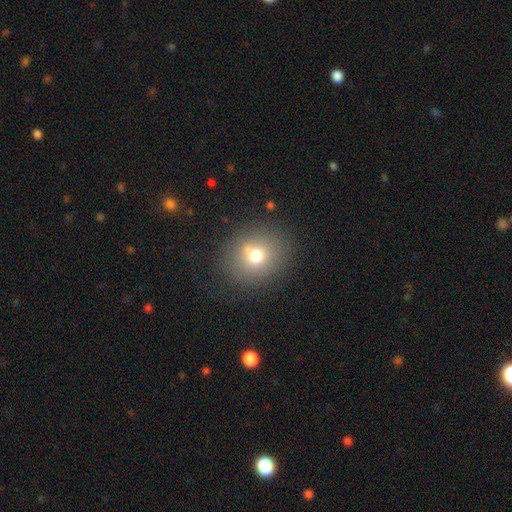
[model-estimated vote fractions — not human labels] A smooth galaxy with no disk features (72%) that is round (73%).

Vote fractions:
- Smooth or featured? smooth: 72% / featured or disk: 14% / star or artifact: 14%
- How rounded? round: 73% / in between: 26% / cigar-shaped: 1%
- Merging? none: 79% / minor disturbance: 13% / major disturbance: 5% / merger: 3%